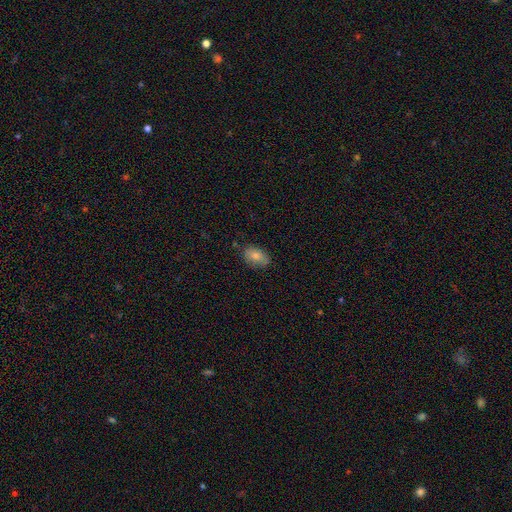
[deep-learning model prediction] A smooth galaxy with no disk features (79%) that is in between round and cigar-shaped (89%).

Vote fractions:
- Smooth or featured? smooth: 79% / featured or disk: 13% / star or artifact: 8%
- How rounded? in between: 89% / round: 9% / cigar-shaped: 2%
- Merging? none: 76% / minor disturbance: 18% / major disturbance: 3% / merger: 2%